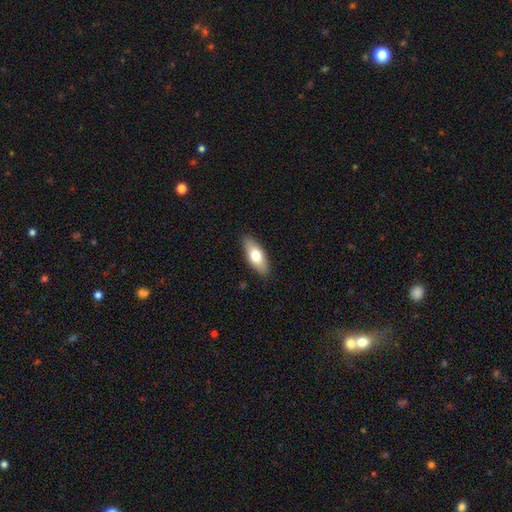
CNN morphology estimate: smooth_or_featured: smooth (p=0.70) [alt: featured or disk p=0.24]
how_rounded: in between (p=0.77) [alt: cigar-shaped p=0.20]
merging: none (p=0.88) [alt: minor disturbance p=0.09]